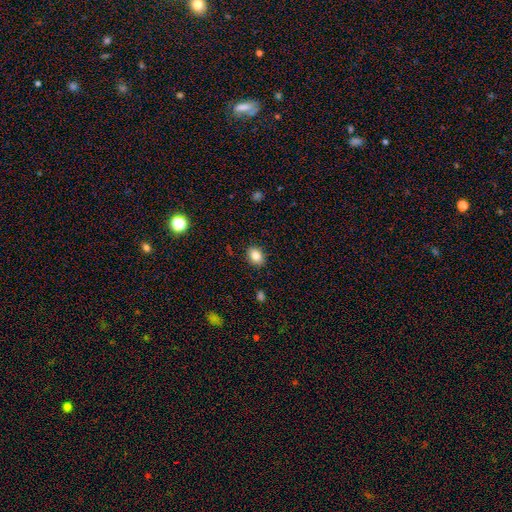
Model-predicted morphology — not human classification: A smooth galaxy with no disk features (84%) that is in between round and cigar-shaped (57%). Merging: none (88%).